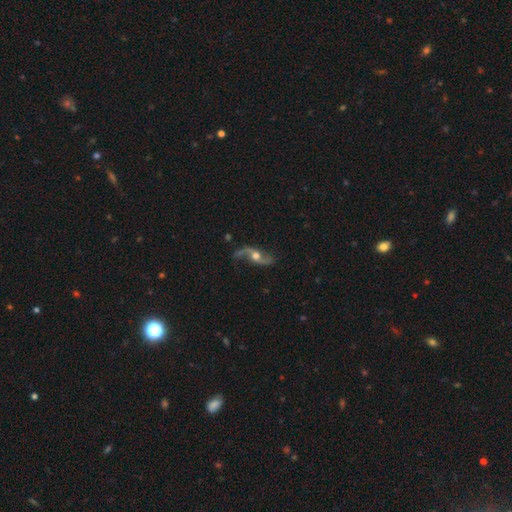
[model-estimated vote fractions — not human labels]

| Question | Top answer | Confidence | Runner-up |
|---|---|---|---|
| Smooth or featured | featured or disk | 88% | smooth (6%) |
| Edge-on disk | no | 92% | yes (8%) |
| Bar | no | 62% | weak (27%) |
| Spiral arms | yes | 96% | no (4%) |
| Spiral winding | loose | 85% | medium (12%) |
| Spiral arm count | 2 | 94% | 1 (2%) |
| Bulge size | moderate | 67% | large (16%) |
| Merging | none | 77% | minor disturbance (14%) |